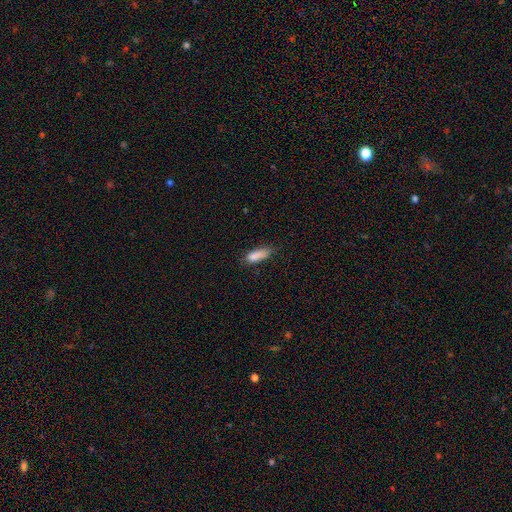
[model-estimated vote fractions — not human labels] Overall: smooth (85%). How rounded: in between (62%; cigar-shaped 36%). Merging: none (59%; minor disturbance 30%).